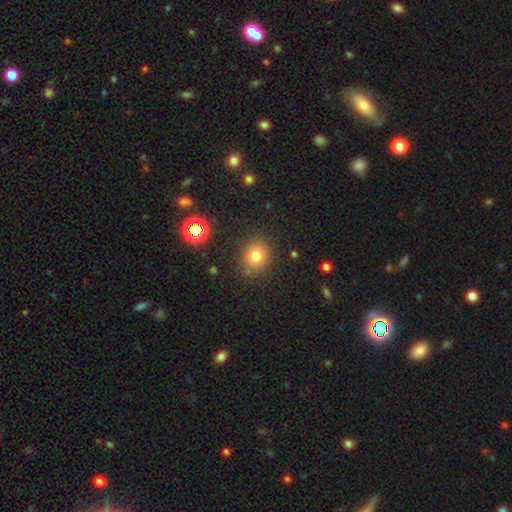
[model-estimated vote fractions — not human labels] smooth-or-featured: smooth: 75% | star or artifact: 17% | featured or disk: 8%
  how-rounded: round: 77% | in between: 22% | cigar-shaped: 1%
  merging: none: 84% | minor disturbance: 10% | major disturbance: 3% | merger: 2%